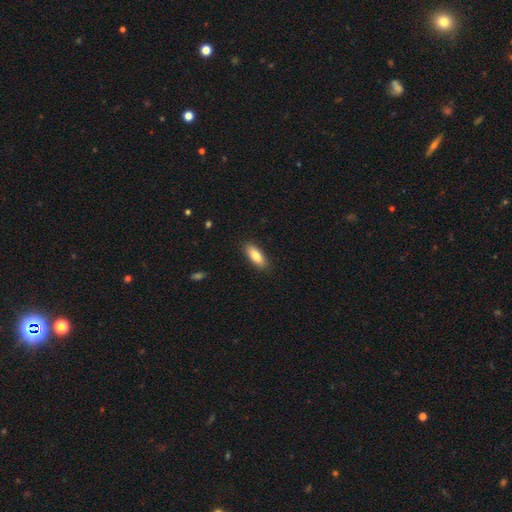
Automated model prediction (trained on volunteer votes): Smooth or featured: smooth — 84% (featured or disk — 10%)
How rounded: in between — 72% (cigar-shaped — 26%)
Merging: none — 88% (minor disturbance — 9%)